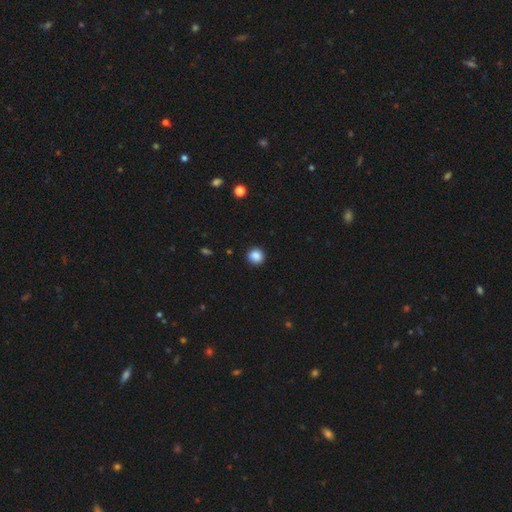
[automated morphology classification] A smooth galaxy with no disk features (87%) that is round (90%).

Vote fractions:
- Smooth or featured? smooth: 87% / star or artifact: 10% / featured or disk: 3%
- How rounded? round: 90% / in between: 9% / cigar-shaped: 1%
- Merging? none: 91% / minor disturbance: 6% / major disturbance: 2% / merger: 1%